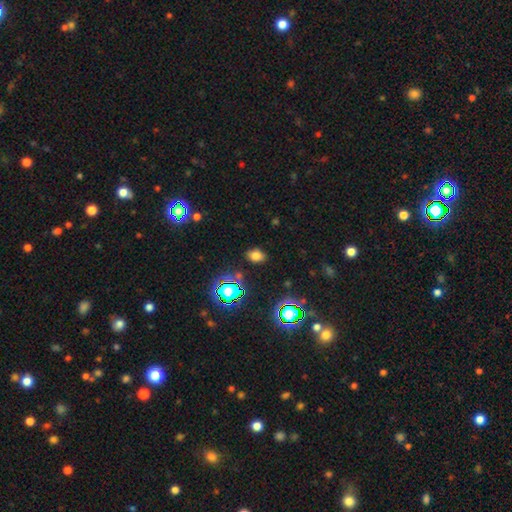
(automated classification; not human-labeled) smooth-or-featured: smooth: 70% | star or artifact: 23% | featured or disk: 7%
  how-rounded: in between: 73% | round: 25% | cigar-shaped: 1%
  merging: none: 85% | minor disturbance: 10% | major disturbance: 3% | merger: 2%